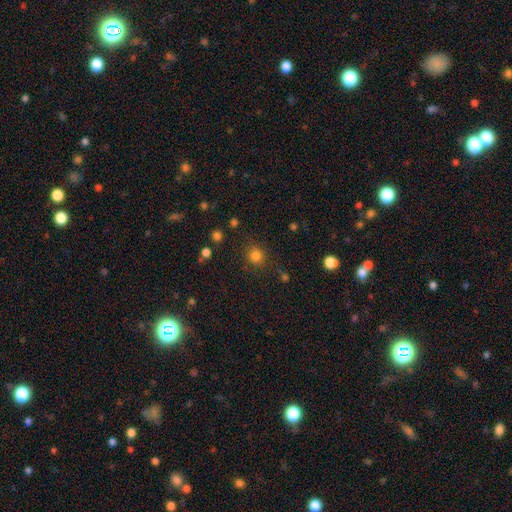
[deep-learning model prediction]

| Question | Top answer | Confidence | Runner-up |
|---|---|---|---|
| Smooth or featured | smooth | 81% | star or artifact (14%) |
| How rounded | round | 88% | in between (11%) |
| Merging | none | 84% | minor disturbance (10%) |